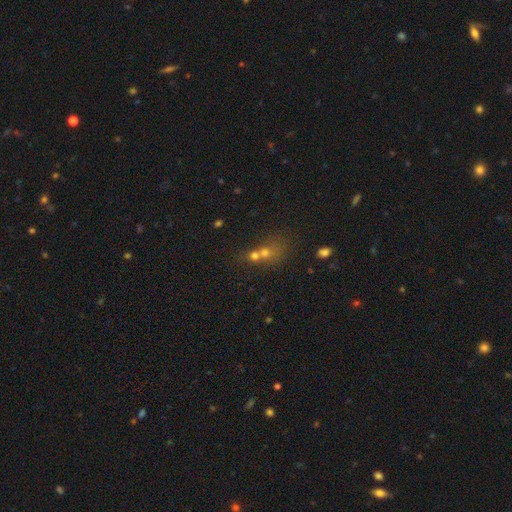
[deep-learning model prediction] Smooth or featured?
  - smooth: 54% *
  - star or artifact: 25%
  - featured or disk: 21%
How rounded?
  - round: 67% *
  - in between: 30%
  - cigar-shaped: 3%
Merging?
  - merger: 63% *
  - none: 26%
  - minor disturbance: 6%
  - major disturbance: 5%